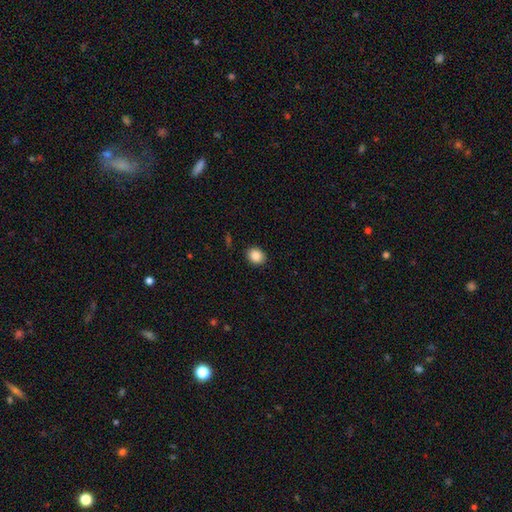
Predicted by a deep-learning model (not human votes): The model was most divided on "how rounded": round: 60%, in between: 39%, cigar-shaped: 1%. More confident: merging — none (90%); smooth or featured — smooth (88%).